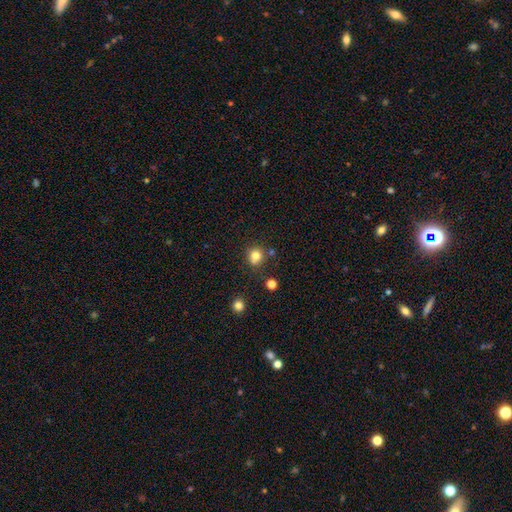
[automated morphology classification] Smooth or featured? smooth (78%)
How rounded? round (87%)
Merging? none (71%)